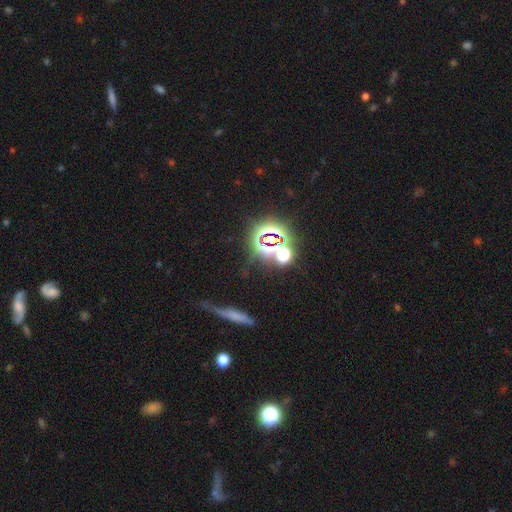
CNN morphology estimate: A star or artifact, not a galaxy (62%).